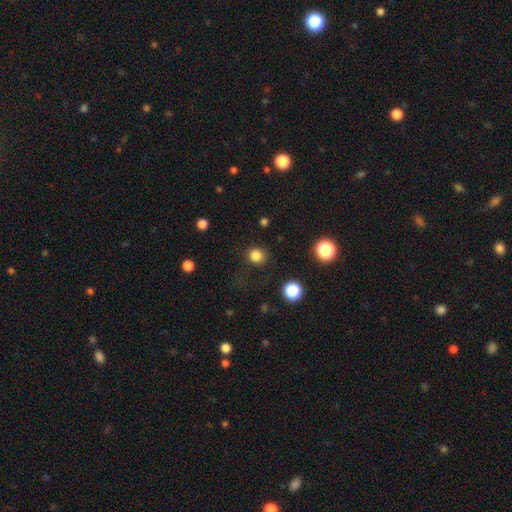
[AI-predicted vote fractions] Q: Smooth or featured?
A: smooth (83%); runner-up: star or artifact (13%)
Q: How rounded?
A: round (83%); runner-up: in between (16%)
Q: Merging?
A: none (84%); runner-up: minor disturbance (10%)